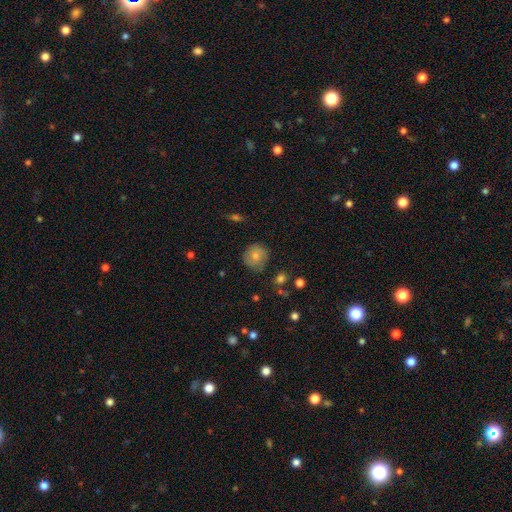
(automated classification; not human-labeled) The model was most divided on "smooth or featured": smooth: 71%, featured or disk: 20%, star or artifact: 9%. More confident: how rounded — round (88%); merging — none (78%).